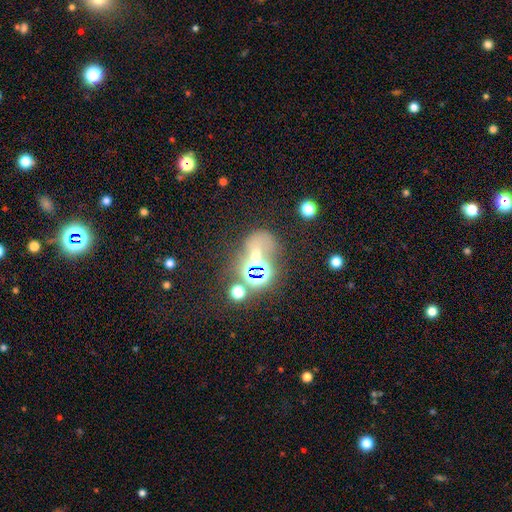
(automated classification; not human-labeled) This appears to be a star or artifact, not a galaxy (54%).